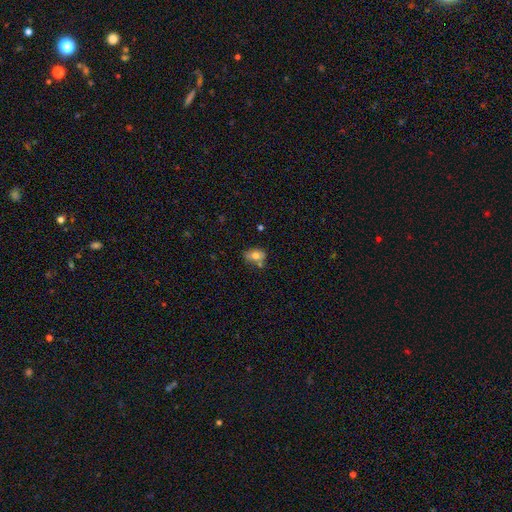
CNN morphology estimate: Overall: smooth (71%). How rounded: in between (71%). Merging: none (55%; minor disturbance 21%).